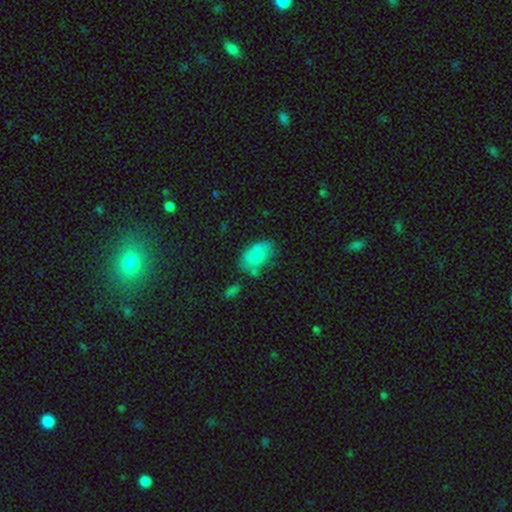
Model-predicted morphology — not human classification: smooth-or-featured: smooth: 73% | featured or disk: 17% | star or artifact: 10%
  how-rounded: in between: 91% | round: 7% | cigar-shaped: 2%
  merging: none: 41% | minor disturbance: 29% | merger: 16% | major disturbance: 14%